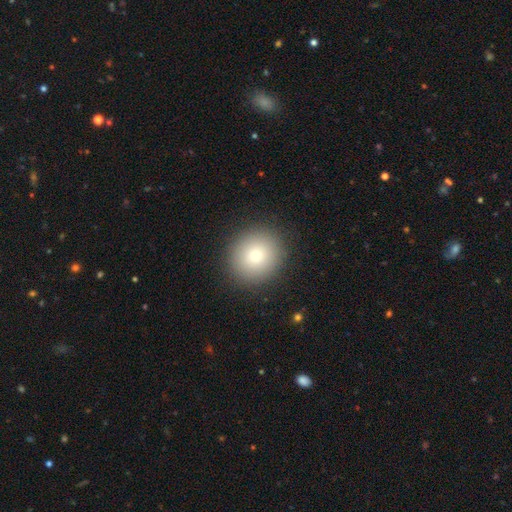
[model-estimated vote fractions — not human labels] Q: Smooth or featured?
A: smooth (83%); runner-up: star or artifact (9%)
Q: How rounded?
A: round (84%); runner-up: in between (15%)
Q: Merging?
A: none (90%); runner-up: minor disturbance (7%)